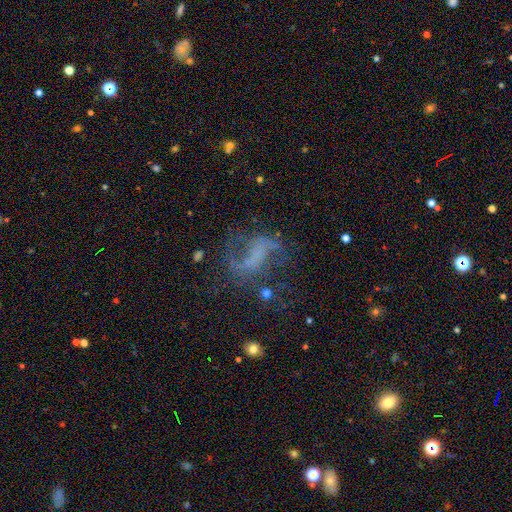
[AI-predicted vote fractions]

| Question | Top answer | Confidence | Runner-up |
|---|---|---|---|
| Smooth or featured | featured or disk | 65% | star or artifact (18%) |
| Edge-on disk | no | 96% | yes (4%) |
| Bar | no | 37% | weak (35%) |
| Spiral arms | yes | 77% | no (23%) |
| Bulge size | none | 69% | small (16%) |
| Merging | none | 51% | major disturbance (27%) |